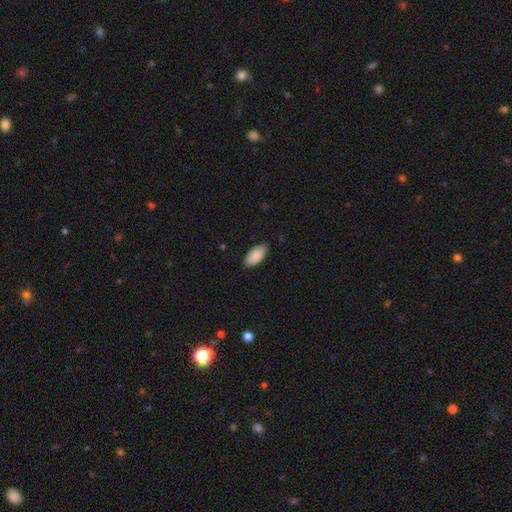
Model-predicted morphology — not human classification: smooth 89%, star or artifact 6%, featured or disk 5%. Down the decision tree: how rounded — in between (94%); merging — none (82%).